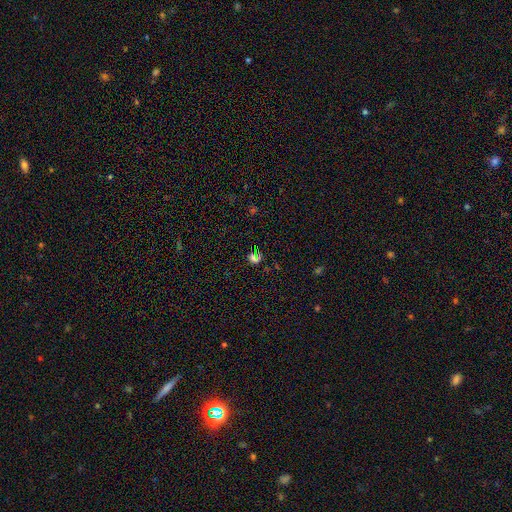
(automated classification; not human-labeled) The model was most divided on "smooth or featured": star or artifact: 53%, smooth: 39%, featured or disk: 8%.